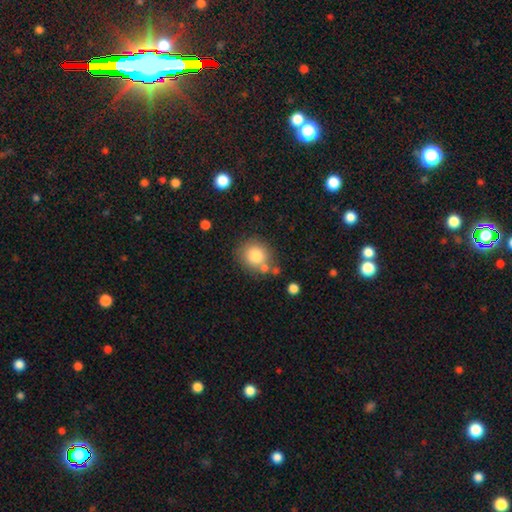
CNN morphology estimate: smooth 81%, star or artifact 10%, featured or disk 9%. Down the decision tree: how rounded — round (85%); merging — none (69%).